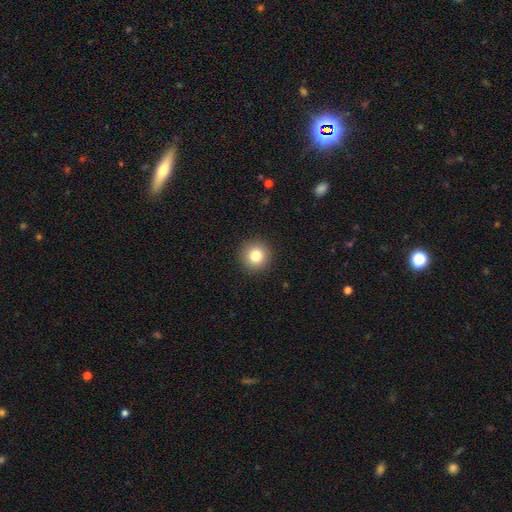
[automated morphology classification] smooth 82%, star or artifact 11%, featured or disk 7%. Down the decision tree: how rounded — round (95%); merging — none (93%).